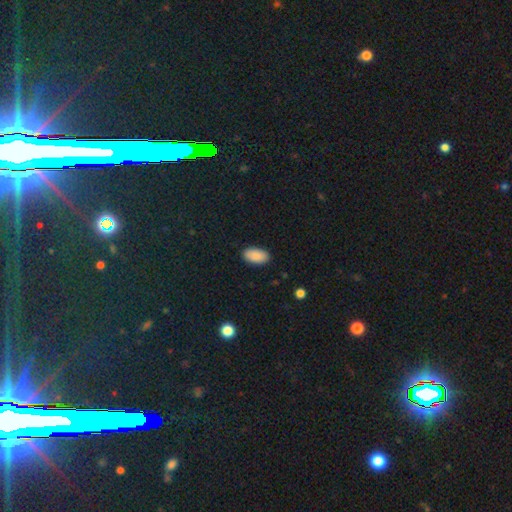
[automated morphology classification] Smooth or featured? smooth (90%)
How rounded? in between (95%)
Merging? none (89%)